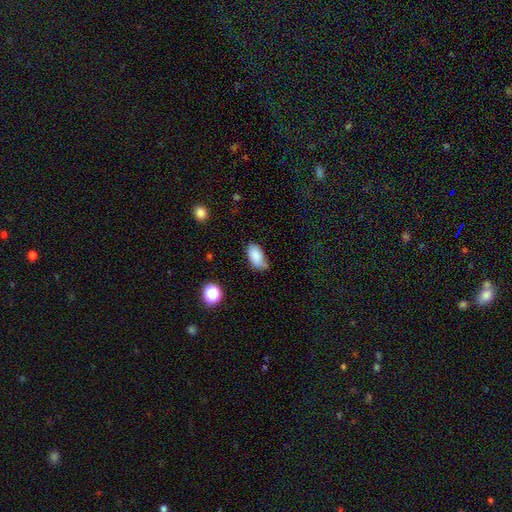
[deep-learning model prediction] Smooth or featured? Predicted: smooth (p=0.85). How rounded? Predicted: in between (p=0.94). Merging? Predicted: none (p=0.60).